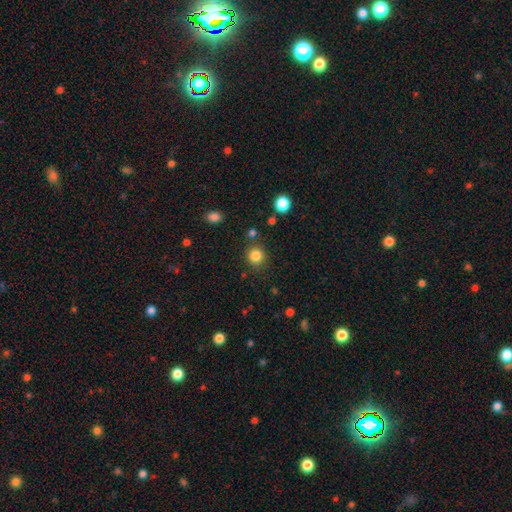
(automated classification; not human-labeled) Smooth or featured? Predicted: smooth (p=0.84). How rounded? Predicted: round (p=0.89). Merging? Predicted: none (p=0.84).